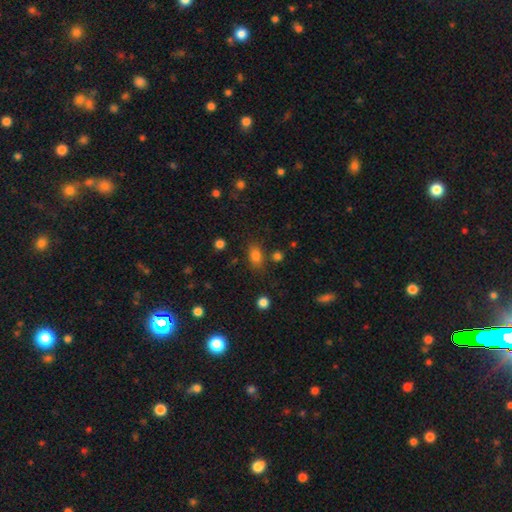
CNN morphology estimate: Overall: smooth (81%). How rounded: in between (79%). Merging: none (74%).